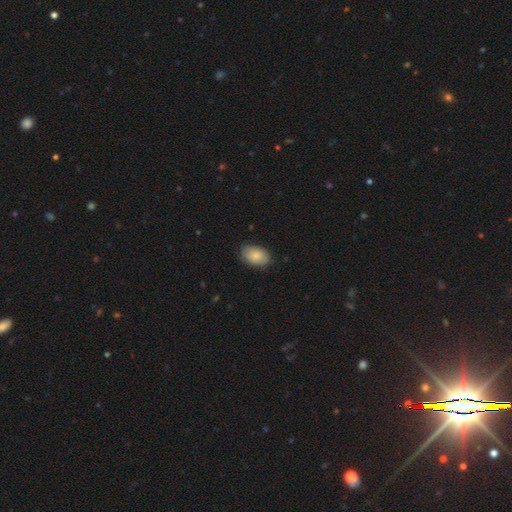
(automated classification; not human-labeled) A smooth galaxy with no disk features (85%) that is in between round and cigar-shaped (90%).

Vote fractions:
- Smooth or featured? smooth: 85% / featured or disk: 9% / star or artifact: 6%
- How rounded? in between: 90% / round: 9% / cigar-shaped: 1%
- Merging? none: 80% / minor disturbance: 16% / major disturbance: 3% / merger: 1%